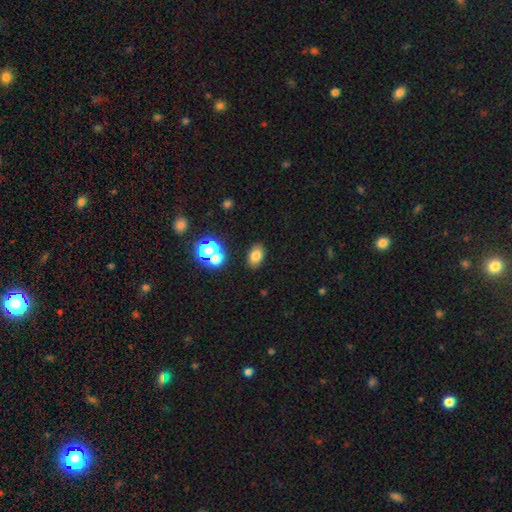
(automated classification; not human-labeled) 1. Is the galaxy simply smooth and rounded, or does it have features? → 77% smooth, 15% star or artifact, 8% featured or disk.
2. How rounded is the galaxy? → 79% in between, 19% round, 1% cigar-shaped.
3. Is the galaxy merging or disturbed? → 84% none, 9% minor disturbance, 4% merger, 3% major disturbance.